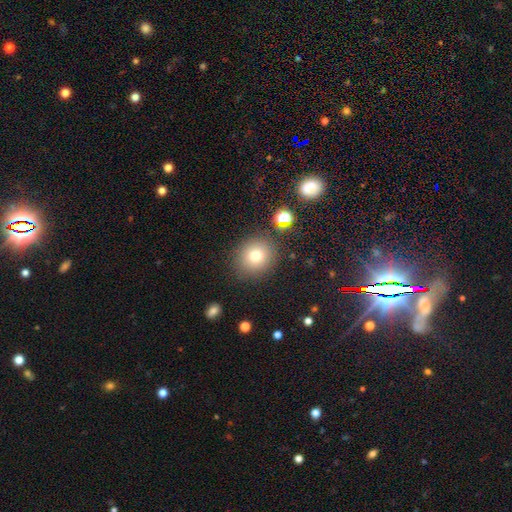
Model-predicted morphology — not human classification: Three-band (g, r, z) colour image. It shows a smooth galaxy with no disk features (75%) that is round (84%). Merging: none (85%).